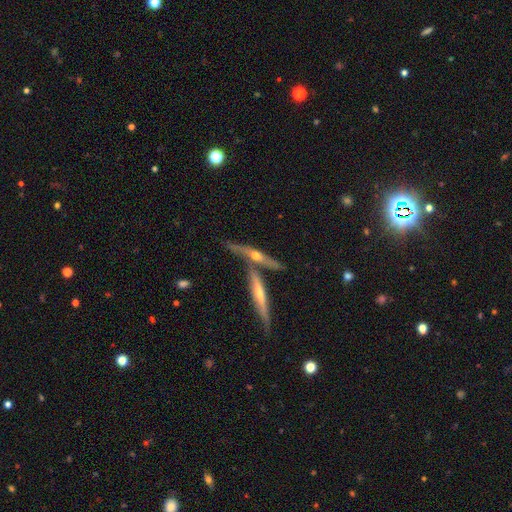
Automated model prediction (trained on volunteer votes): featured or disk 69%, smooth 24%, star or artifact 7%. Down the decision tree: edge-on disk — yes (92%); edge-on bulge — rounded (83%); merging — none (57%).